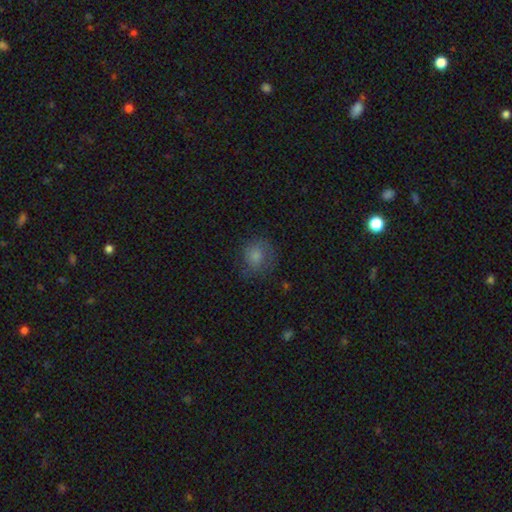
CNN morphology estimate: Smooth or featured: smooth — 76% (featured or disk — 14%)
How rounded: round — 79% (in between — 20%)
Merging: none — 64% (minor disturbance — 23%)